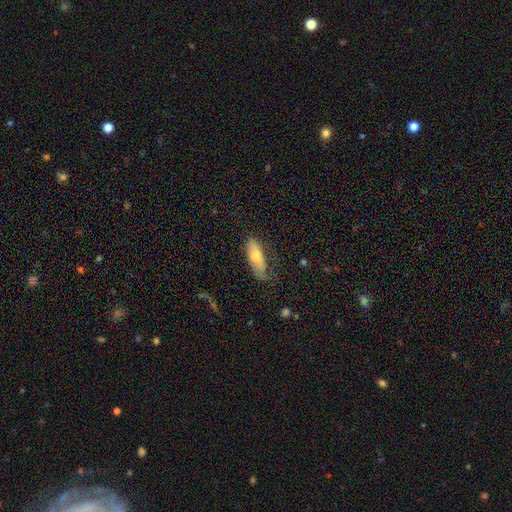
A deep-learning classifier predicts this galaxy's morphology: Smooth or featured: smooth — 63% (featured or disk — 30%)
How rounded: in between — 61% (cigar-shaped — 36%)
Merging: none — 52% (minor disturbance — 30%)